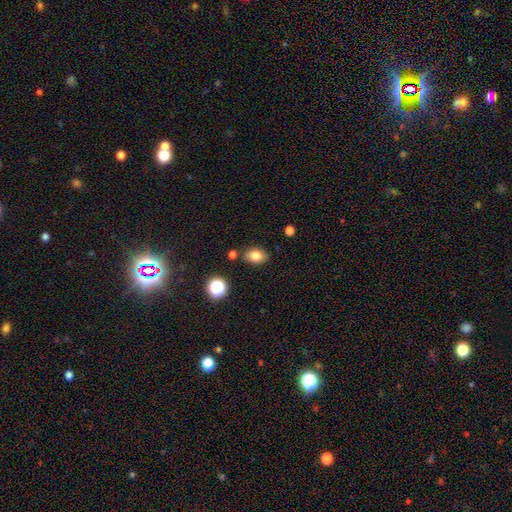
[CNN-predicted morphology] A smooth galaxy with no disk features (81%) that is in between round and cigar-shaped (79%). Merging: none (79%).